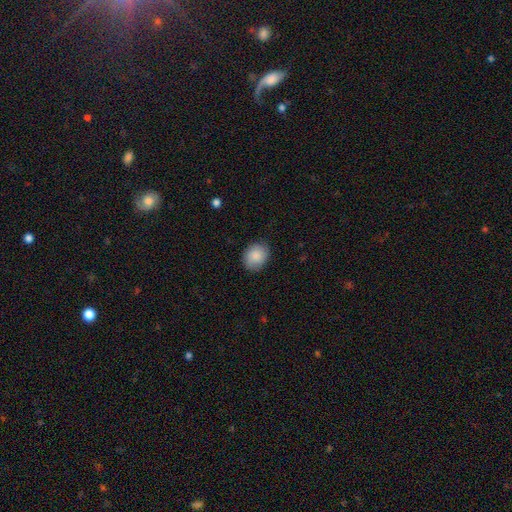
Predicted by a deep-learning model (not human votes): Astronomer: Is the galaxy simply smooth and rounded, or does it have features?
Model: smooth — 86%.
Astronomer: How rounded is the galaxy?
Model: round — 51% (runner-up: in between, 48%).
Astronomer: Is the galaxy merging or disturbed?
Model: none — 82%.